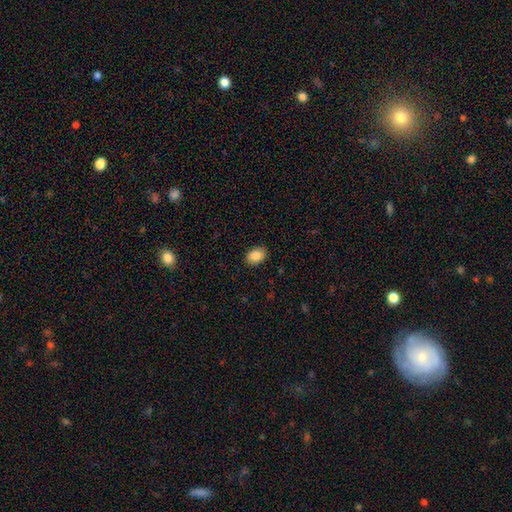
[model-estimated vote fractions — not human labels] Overall: smooth (88%). How rounded: in between (79%). Merging: none (88%).